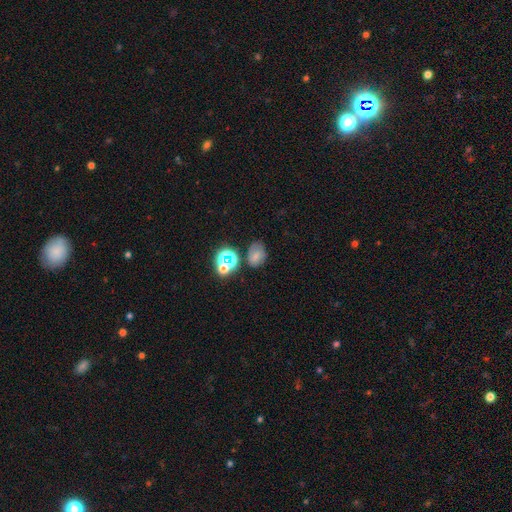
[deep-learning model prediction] Smooth or featured? smooth (55%)
How rounded? in between (64%)
Merging? none (59%)